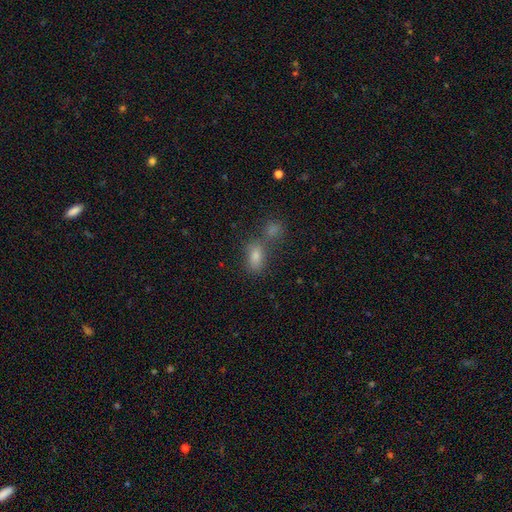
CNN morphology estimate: The model was most divided on "merging": none: 52%, merger: 33%, minor disturbance: 11%, major disturbance: 4%. More confident: how rounded — in between (83%); smooth or featured — smooth (74%).